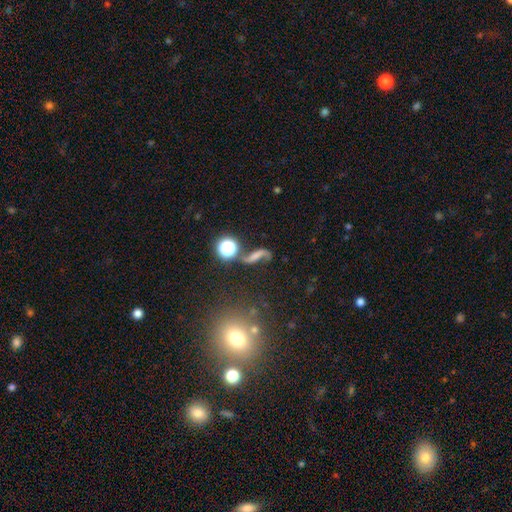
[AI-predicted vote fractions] Q: Smooth or featured?
A: featured or disk (65%); runner-up: smooth (19%)
Q: Edge-on disk?
A: no (92%); runner-up: yes (8%)
Q: Bar?
A: no (42%); runner-up: weak (32%)
Q: Spiral arms?
A: yes (91%); runner-up: no (9%)
Q: Spiral winding?
A: loose (87%); runner-up: medium (10%)
Q: Spiral arm count?
A: 2 (88%); runner-up: 1 (7%)
Q: Bulge size?
A: none (45%); runner-up: small (24%)
Q: Merging?
A: none (57%); runner-up: minor disturbance (16%)